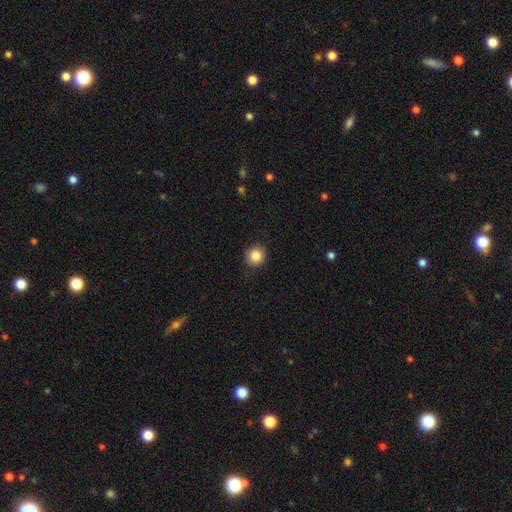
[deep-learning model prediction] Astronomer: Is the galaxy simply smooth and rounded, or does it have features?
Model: smooth — 86%.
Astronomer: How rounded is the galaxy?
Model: round — 90%.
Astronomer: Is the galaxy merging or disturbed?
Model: none — 90%.